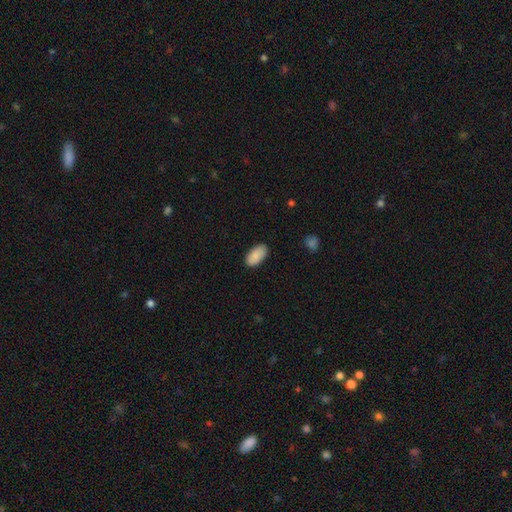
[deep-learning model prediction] A smooth galaxy with no disk features (89%) that is in between round and cigar-shaped (95%).

Vote fractions:
- Smooth or featured? smooth: 89% / star or artifact: 6% / featured or disk: 5%
- How rounded? in between: 95% / cigar-shaped: 3% / round: 3%
- Merging? none: 86% / minor disturbance: 11% / major disturbance: 2% / merger: 1%